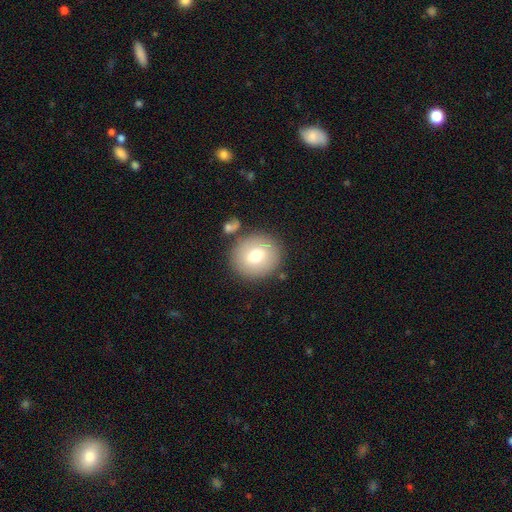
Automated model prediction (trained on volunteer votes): A smooth galaxy with no disk features (73%) that is round (86%). Merging: none (82%).